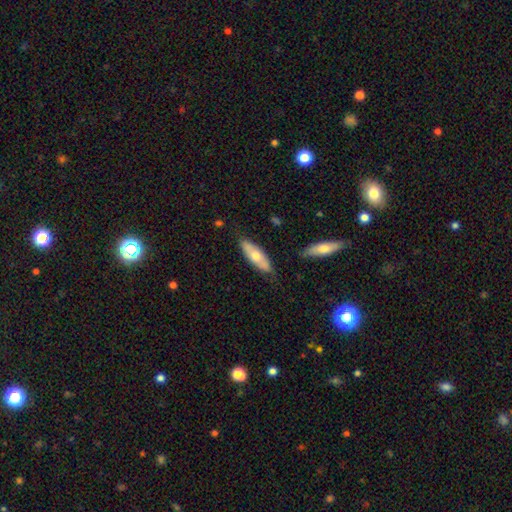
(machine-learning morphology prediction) The model was most divided on "how rounded": in between: 57%, cigar-shaped: 41%, round: 2%. More confident: merging — none (79%); smooth or featured — smooth (56%).